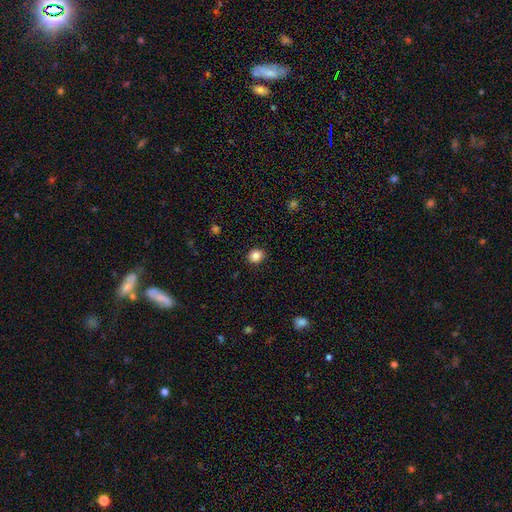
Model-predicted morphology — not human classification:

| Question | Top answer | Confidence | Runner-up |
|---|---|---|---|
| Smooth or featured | smooth | 84% | star or artifact (11%) |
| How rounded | round | 80% | in between (19%) |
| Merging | none | 91% | minor disturbance (6%) |